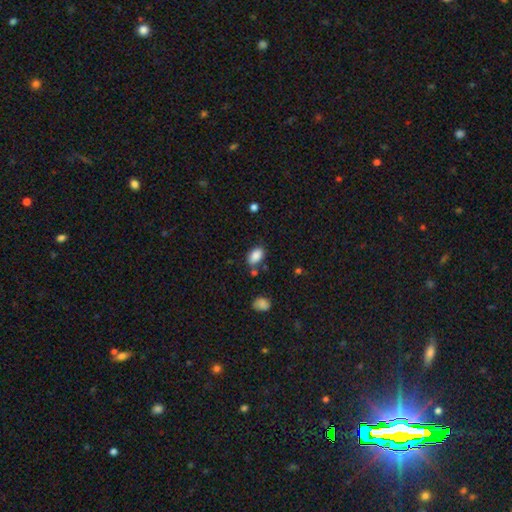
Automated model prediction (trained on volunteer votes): Morphology: type=smooth (87%); roundness=in between (90%); merging=none (74%).